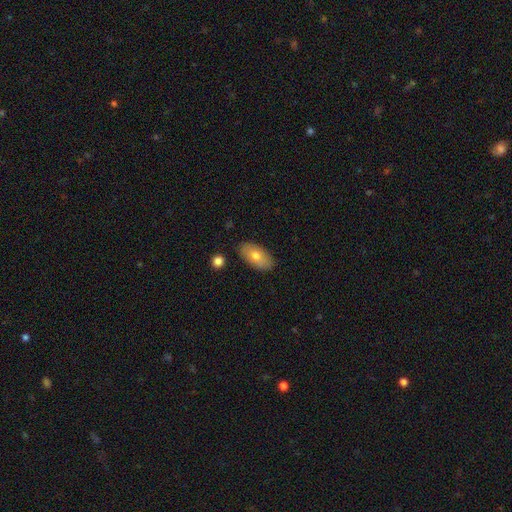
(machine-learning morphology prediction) This is likely a smooth galaxy (71%). How rounded: clearly in between (93%). Merging: clearly none (85%).